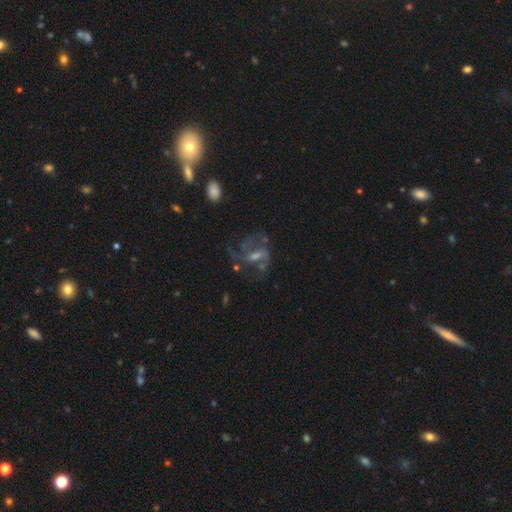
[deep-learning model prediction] The model was most divided on "bulge size": small: 38%, moderate: 36%, none: 20%, large: 5%, dominant: 1%. Remaining: edge-on disk — no (96%); spiral arms — yes (80%); smooth or featured — featured or disk (73%); merging — none (50%); bar — weak (48%); spiral winding — medium (44%); spiral arm count — 2 (38%).